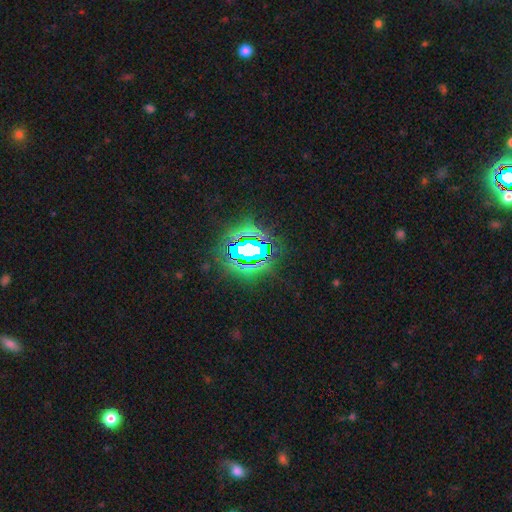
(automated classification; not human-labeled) star or artifact 81%, smooth 12%, featured or disk 7%.